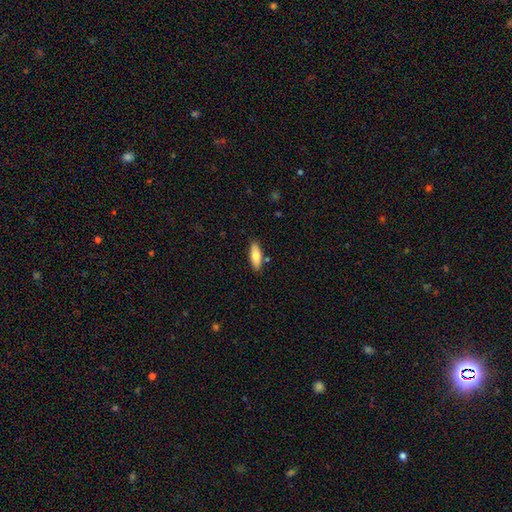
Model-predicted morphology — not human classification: type=smooth (76%); roundness=in between (66%); merging=none (85%).